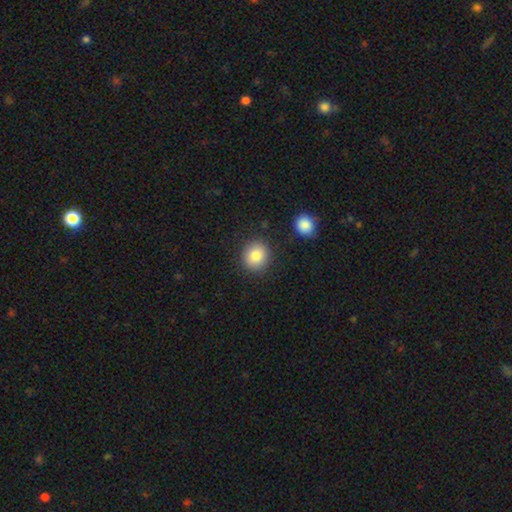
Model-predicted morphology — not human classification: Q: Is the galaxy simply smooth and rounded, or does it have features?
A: smooth — 84%.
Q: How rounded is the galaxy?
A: round — 83%.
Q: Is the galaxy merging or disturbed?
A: none — 88%.